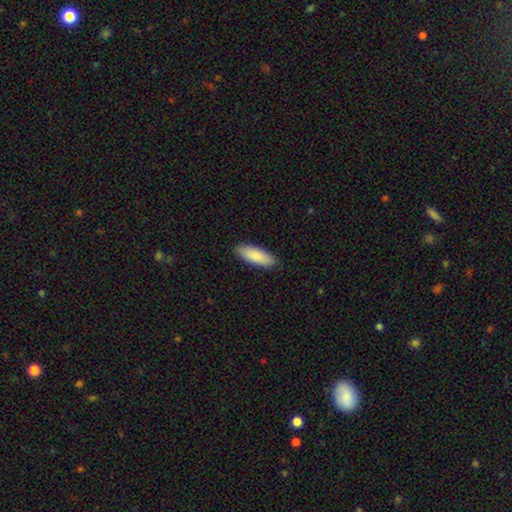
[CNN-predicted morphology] A smooth galaxy with no disk features (88%) that is in between round and cigar-shaped (62%).

Vote fractions:
- Smooth or featured? smooth: 88% / featured or disk: 7% / star or artifact: 5%
- How rounded? in between: 62% / cigar-shaped: 36% / round: 2%
- Merging? none: 90% / minor disturbance: 8% / major disturbance: 2% / merger: 1%